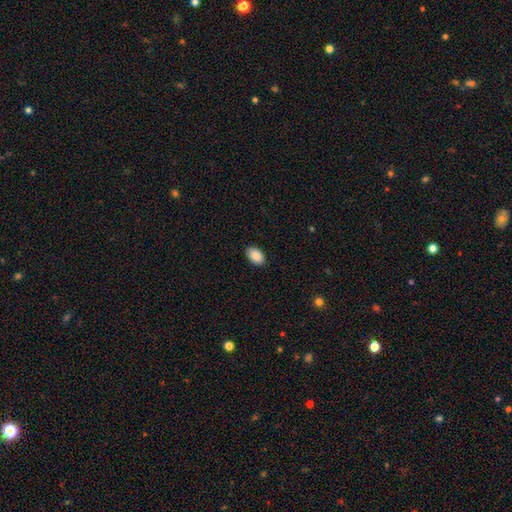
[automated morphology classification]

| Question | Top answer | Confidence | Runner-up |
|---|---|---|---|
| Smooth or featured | smooth | 90% | star or artifact (7%) |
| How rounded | in between | 91% | round (8%) |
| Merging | none | 89% | minor disturbance (8%) |